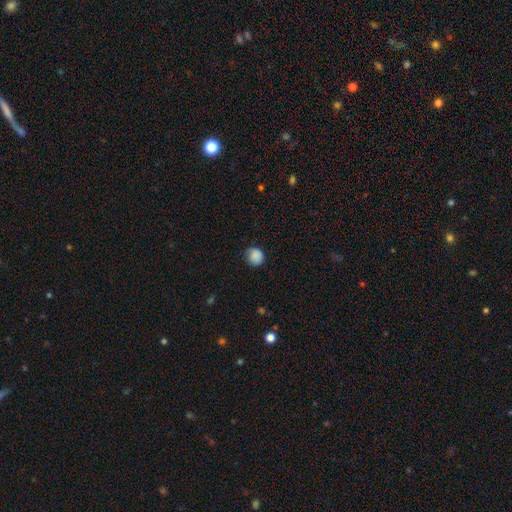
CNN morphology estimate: smooth 86%, star or artifact 9%, featured or disk 5%. Down the decision tree: how rounded — round (87%); merging — none (72%).